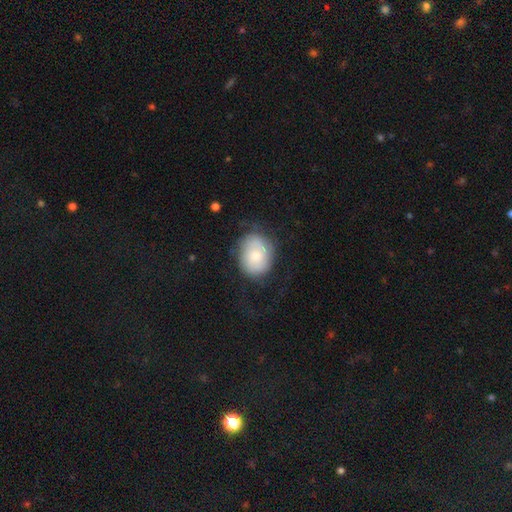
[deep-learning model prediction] Smooth or featured: smooth — 58% (featured or disk — 35%)
How rounded: in between — 50% (round — 49%)
Merging: none — 68% (minor disturbance — 22%)